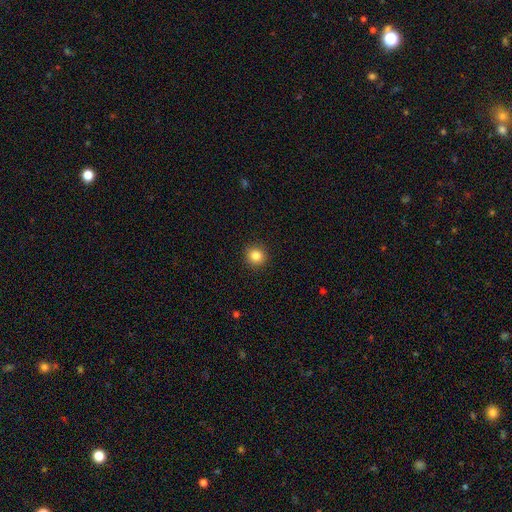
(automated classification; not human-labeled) Overall: smooth (85%). How rounded: round (93%). Merging: none (92%).